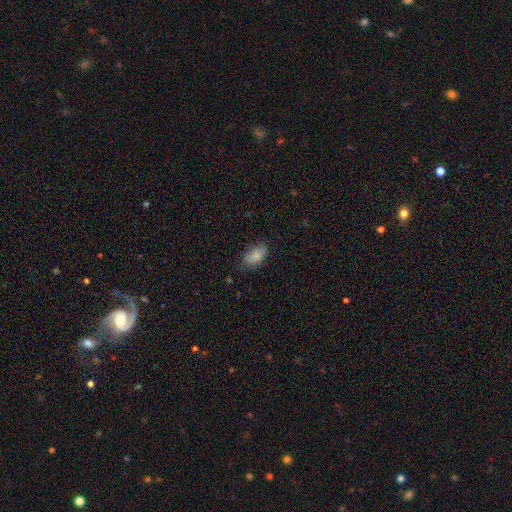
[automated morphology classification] This is clearly a smooth galaxy (86%). How rounded: clearly in between (93%). Merging: likely none (75%).